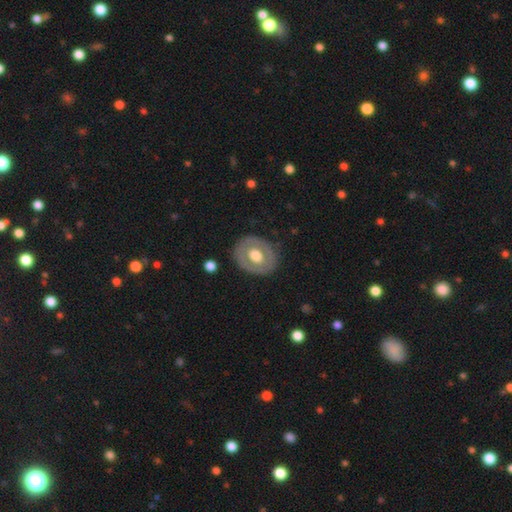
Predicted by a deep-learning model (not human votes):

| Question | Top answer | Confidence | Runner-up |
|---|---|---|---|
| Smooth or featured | featured or disk | 48% | smooth (46%) |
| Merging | none | 83% | minor disturbance (12%) |